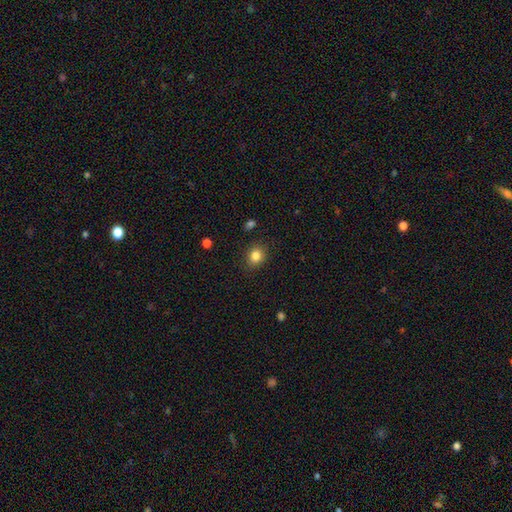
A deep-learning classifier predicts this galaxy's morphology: A smooth galaxy with no disk features (83%) that is round (69%). Merging: none (88%).